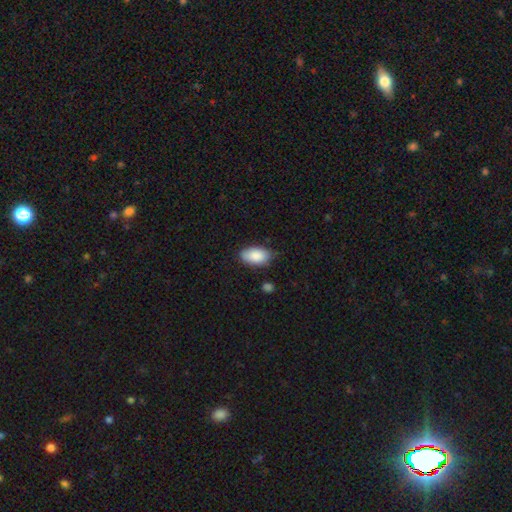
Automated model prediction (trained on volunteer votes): Morphology: type=smooth (87%); roundness=in between (94%); merging=none (73%).